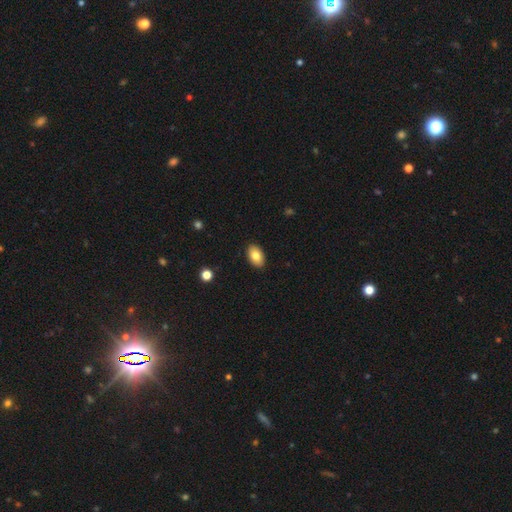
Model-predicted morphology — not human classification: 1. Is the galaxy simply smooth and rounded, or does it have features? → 83% smooth, 9% featured or disk, 7% star or artifact.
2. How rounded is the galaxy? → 92% in between, 7% round, 1% cigar-shaped.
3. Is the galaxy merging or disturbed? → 90% none, 7% minor disturbance, 2% major disturbance, 1% merger.